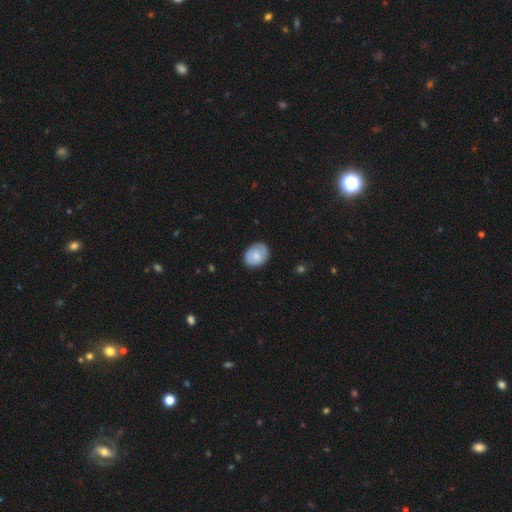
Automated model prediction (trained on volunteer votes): Smooth or featured: smooth — 79% (featured or disk — 14%)
How rounded: in between — 68% (round — 31%)
Merging: none — 81% (minor disturbance — 15%)